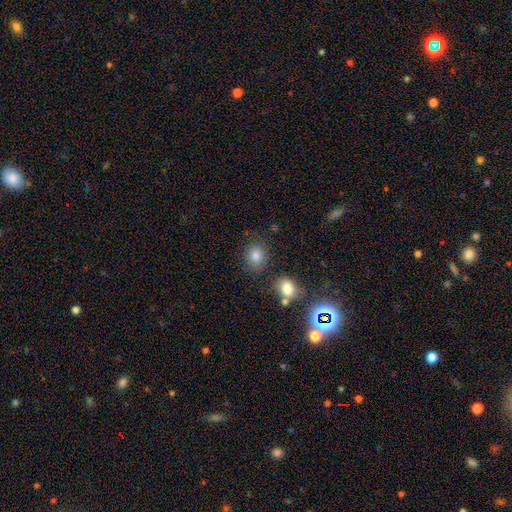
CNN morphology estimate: This is likely a smooth galaxy (79%). How rounded: likely round (65%). Merging: likely none (79%).